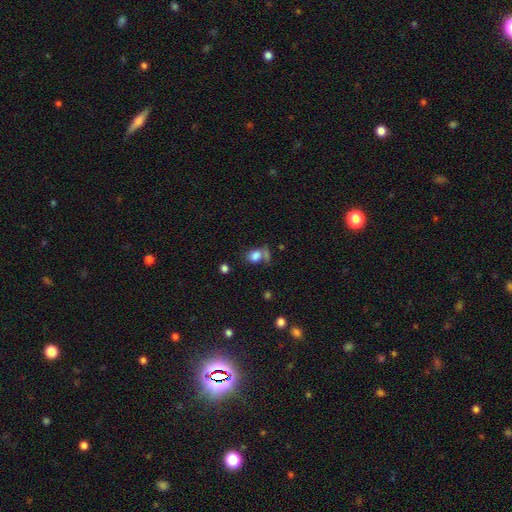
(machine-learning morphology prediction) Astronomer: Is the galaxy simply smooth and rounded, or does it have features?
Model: smooth — 80%.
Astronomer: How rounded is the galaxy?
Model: in between — 58% (runner-up: round, 40%).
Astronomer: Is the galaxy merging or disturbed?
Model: none — 44% (runner-up: merger, 27%).